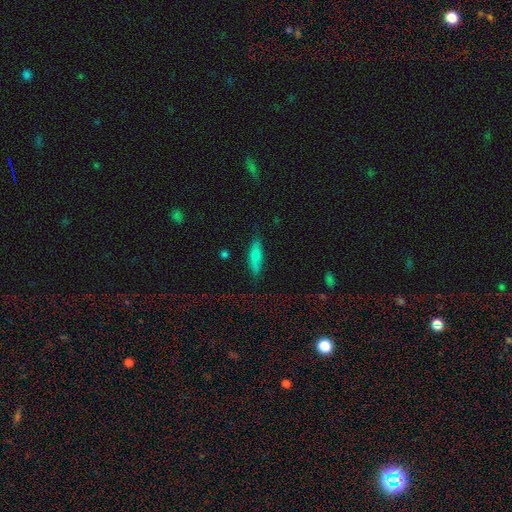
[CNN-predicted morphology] Smooth or featured? smooth (72%)
How rounded? cigar-shaped (63%)
Merging? none (83%)